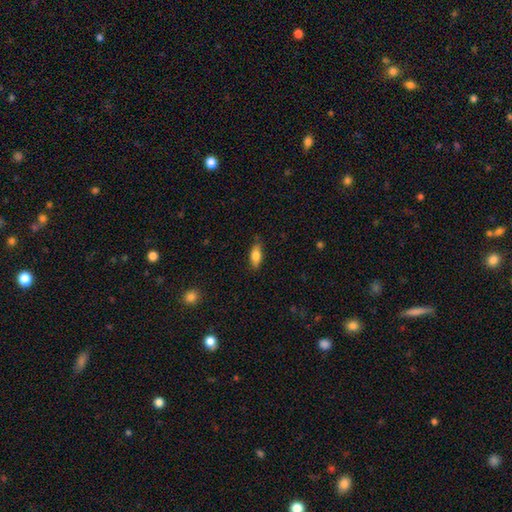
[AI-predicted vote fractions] Smooth or featured? Predicted: smooth (p=0.78). How rounded? Predicted: in between (p=0.79). Merging? Predicted: none (p=0.84).